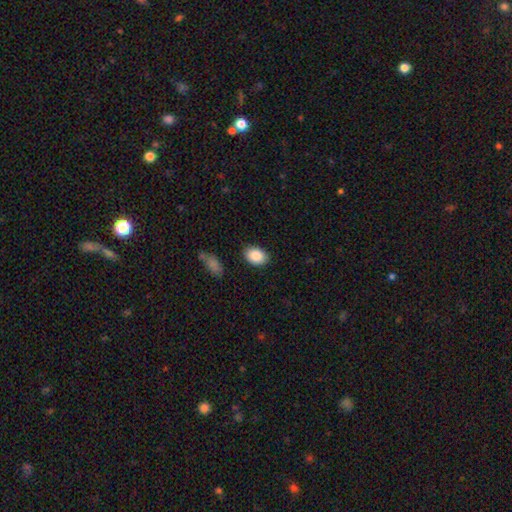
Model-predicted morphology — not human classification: smooth-or-featured: smooth: 88% | star or artifact: 7% | featured or disk: 5%
  how-rounded: in between: 81% | round: 18% | cigar-shaped: 1%
  merging: none: 86% | minor disturbance: 10% | major disturbance: 2% | merger: 2%